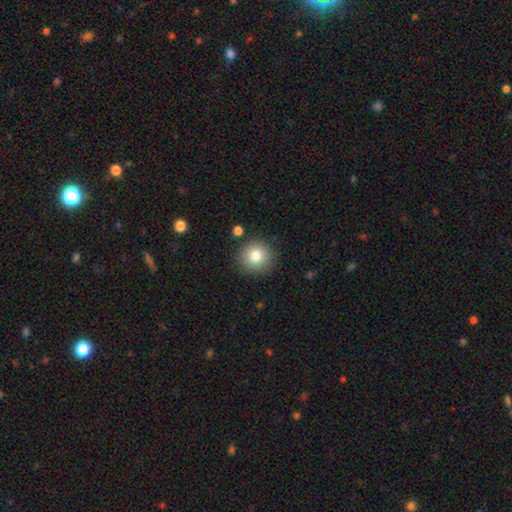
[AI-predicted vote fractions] A smooth galaxy with no disk features (80%) that is round (94%). Merging: none (88%).